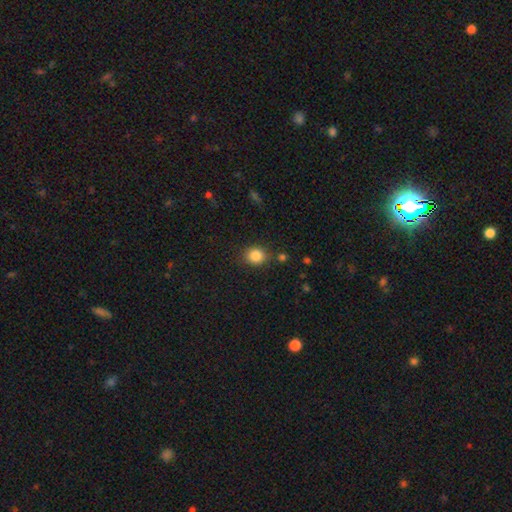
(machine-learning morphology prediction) Overall: smooth (85%). How rounded: round (71%). Merging: none (83%).